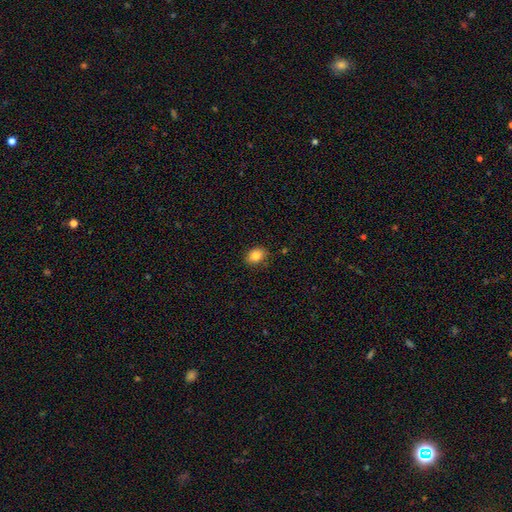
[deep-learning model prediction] Overall: smooth (84%). How rounded: in between (58%; round 41%). Merging: none (86%).